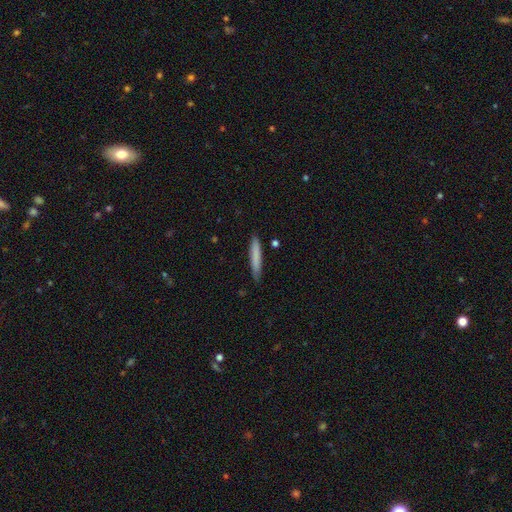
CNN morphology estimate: Overall: smooth (79%). How rounded: cigar-shaped (93%). Merging: none (85%).